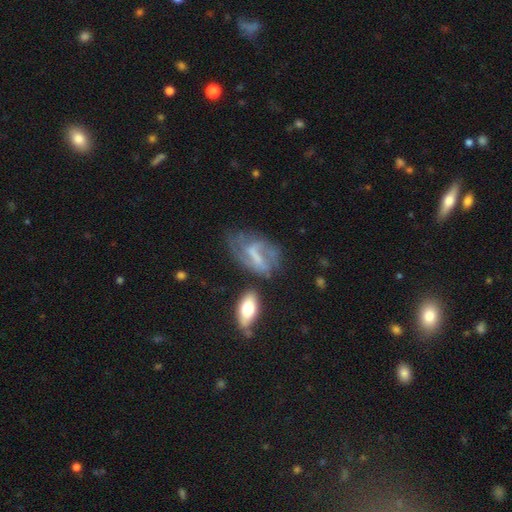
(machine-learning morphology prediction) Smooth or featured? featured or disk (69%)
Edge-on disk? no (94%)
Bar? weak (41%)
Spiral arms? yes (76%)
Bulge size? none (45%)
Merging? none (44%)